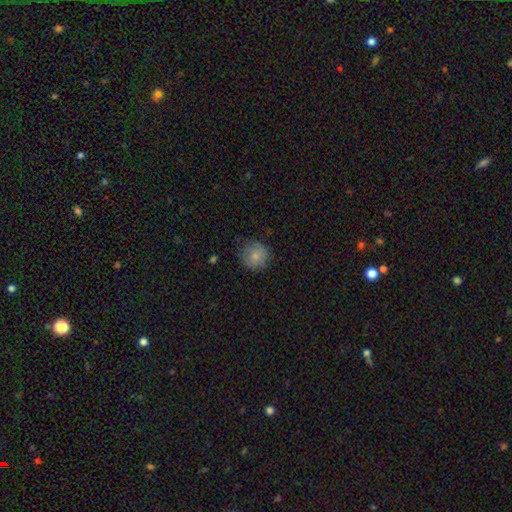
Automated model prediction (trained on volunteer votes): Smooth or featured: smooth — 82% (featured or disk — 10%)
How rounded: round — 92% (in between — 7%)
Merging: none — 80% (minor disturbance — 15%)